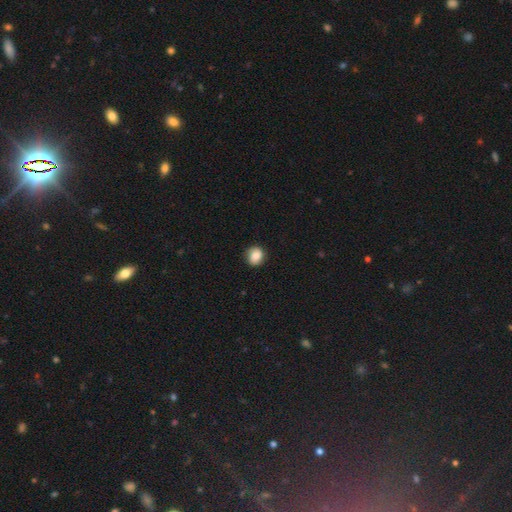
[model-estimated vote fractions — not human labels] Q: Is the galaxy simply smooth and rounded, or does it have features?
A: smooth — 78%.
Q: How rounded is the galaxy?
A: round — 76%.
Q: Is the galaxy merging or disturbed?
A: none — 82%.